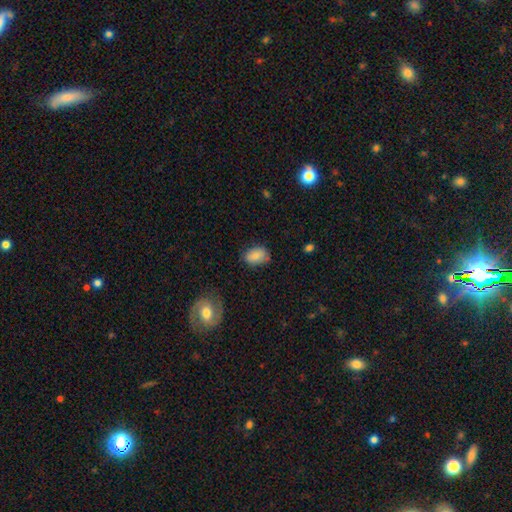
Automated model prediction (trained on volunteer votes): Smooth or featured? smooth (81%)
How rounded? in between (83%)
Merging? none (74%)